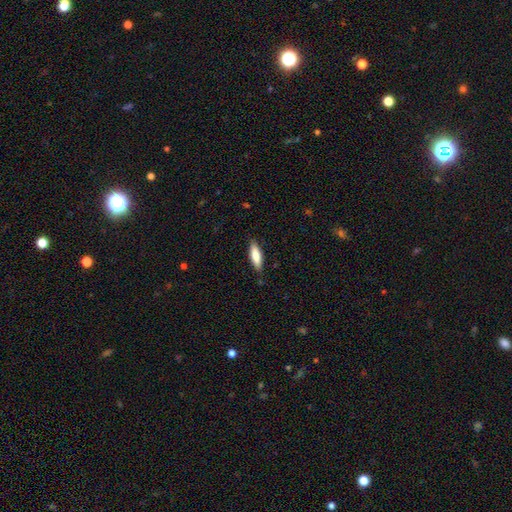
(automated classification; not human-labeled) smooth-or-featured: smooth: 81% | featured or disk: 14% | star or artifact: 5%
  how-rounded: cigar-shaped: 51% | in between: 47% | round: 2%
  merging: none: 86% | minor disturbance: 11% | major disturbance: 2% | merger: 1%